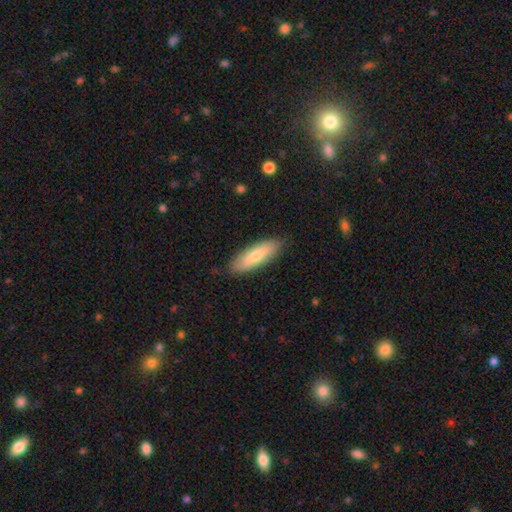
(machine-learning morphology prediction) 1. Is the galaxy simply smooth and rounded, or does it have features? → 70% smooth, 24% featured or disk, 6% star or artifact.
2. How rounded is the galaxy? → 51% in between, 47% cigar-shaped, 2% round.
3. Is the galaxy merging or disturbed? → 85% none, 11% minor disturbance, 2% major disturbance, 1% merger.